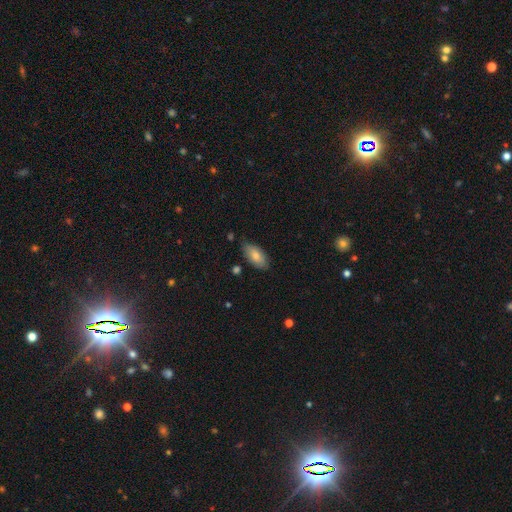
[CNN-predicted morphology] smooth-or-featured: smooth: 77% | featured or disk: 16% | star or artifact: 7%
  how-rounded: in between: 91% | cigar-shaped: 7% | round: 3%
  merging: none: 79% | minor disturbance: 16% | major disturbance: 3% | merger: 2%